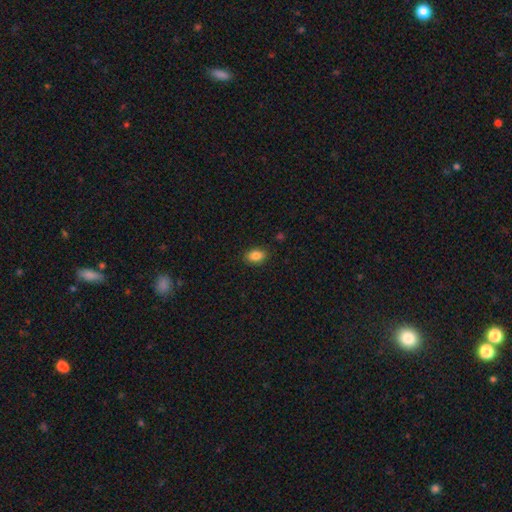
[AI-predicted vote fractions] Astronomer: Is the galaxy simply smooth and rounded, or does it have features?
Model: smooth — 86%.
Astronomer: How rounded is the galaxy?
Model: in between — 86%.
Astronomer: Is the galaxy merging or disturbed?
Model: none — 87%.